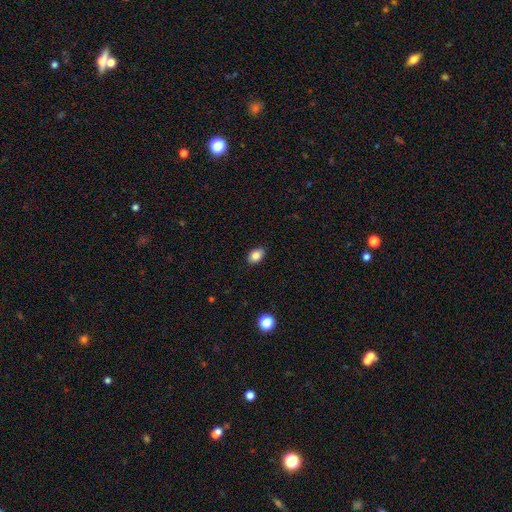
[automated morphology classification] Overall: smooth (84%). How rounded: in between (82%). Merging: none (88%).